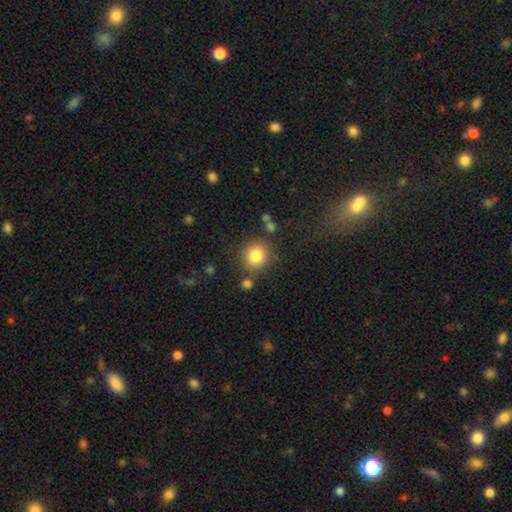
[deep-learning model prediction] A smooth galaxy with no disk features (83%) that is round (88%).

Vote fractions:
- Smooth or featured? smooth: 83% / star or artifact: 10% / featured or disk: 7%
- How rounded? round: 88% / in between: 11% / cigar-shaped: 1%
- Merging? none: 78% / minor disturbance: 10% / merger: 7% / major disturbance: 4%